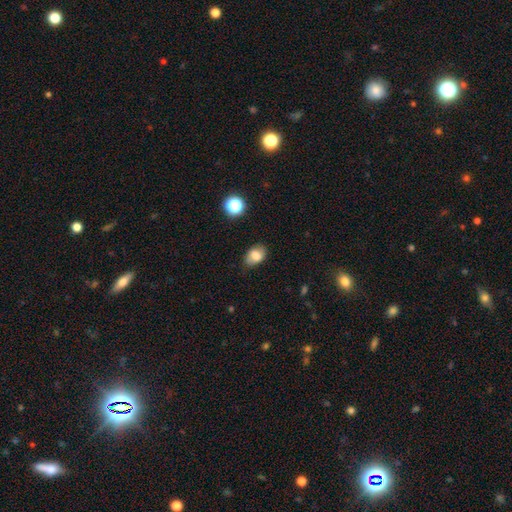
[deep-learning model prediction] smooth_or_featured: smooth (p=0.78) [alt: featured or disk p=0.12]
how_rounded: in between (p=0.81) [alt: round p=0.18]
merging: none (p=0.74) [alt: minor disturbance p=0.20]